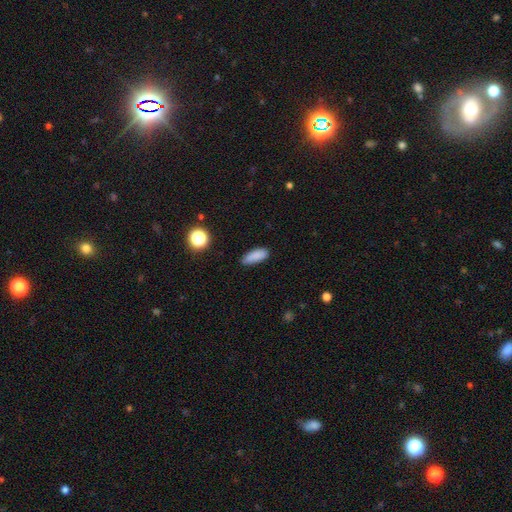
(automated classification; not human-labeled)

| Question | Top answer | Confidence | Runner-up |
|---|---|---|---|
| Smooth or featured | smooth | 85% | star or artifact (10%) |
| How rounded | in between | 72% | cigar-shaped (26%) |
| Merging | none | 75% | minor disturbance (19%) |